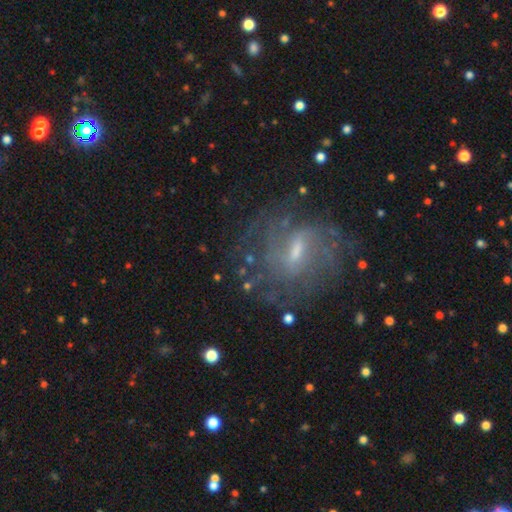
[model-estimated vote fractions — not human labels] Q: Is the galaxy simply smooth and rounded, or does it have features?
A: featured or disk — 74%.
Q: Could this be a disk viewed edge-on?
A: no — 94%.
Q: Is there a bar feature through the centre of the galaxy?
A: weak — 58%.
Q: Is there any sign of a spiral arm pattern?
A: yes — 83%.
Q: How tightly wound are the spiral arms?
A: tight — 44%.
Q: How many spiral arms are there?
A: can't tell — 53%.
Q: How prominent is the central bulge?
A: small — 52%.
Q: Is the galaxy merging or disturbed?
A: none — 69%.